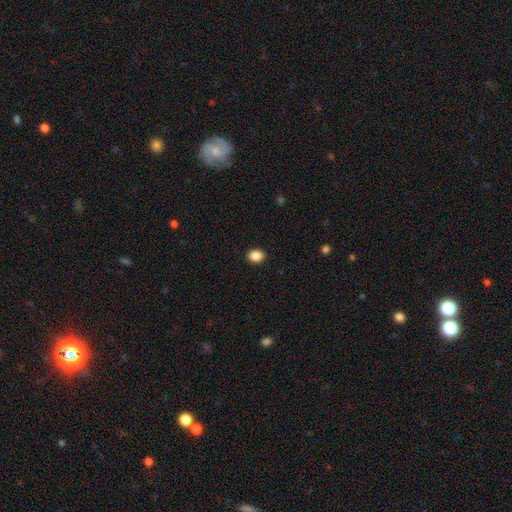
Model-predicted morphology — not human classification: Smooth or featured: smooth — 88% (star or artifact — 9%)
How rounded: in between — 54% (round — 45%)
Merging: none — 91% (minor disturbance — 6%)